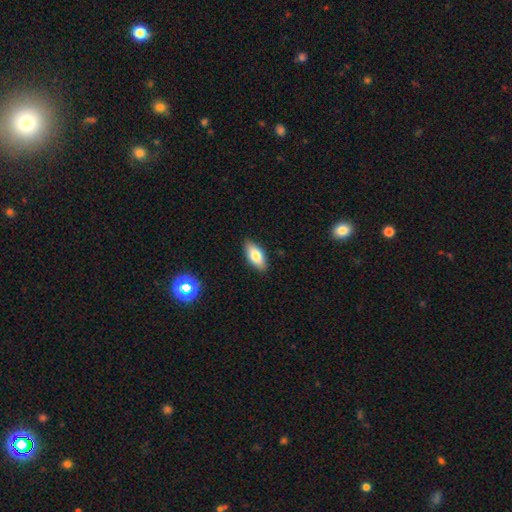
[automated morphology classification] This is likely a smooth galaxy (77%). How rounded: clearly in between (87%). Merging: clearly none (88%).